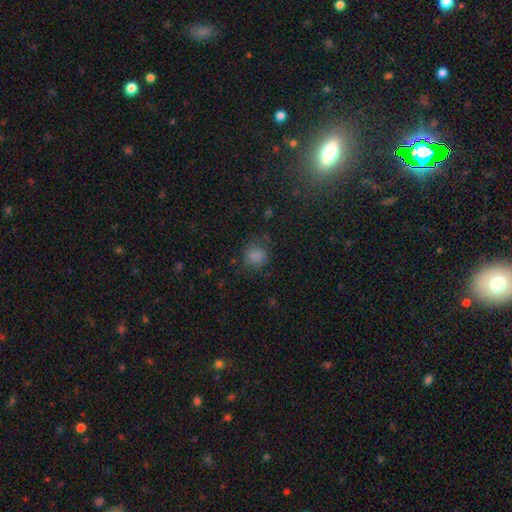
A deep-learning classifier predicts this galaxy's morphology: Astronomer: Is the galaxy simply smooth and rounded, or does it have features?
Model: smooth — 81%.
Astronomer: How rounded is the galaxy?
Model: round — 79%.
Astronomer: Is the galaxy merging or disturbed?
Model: none — 72%.